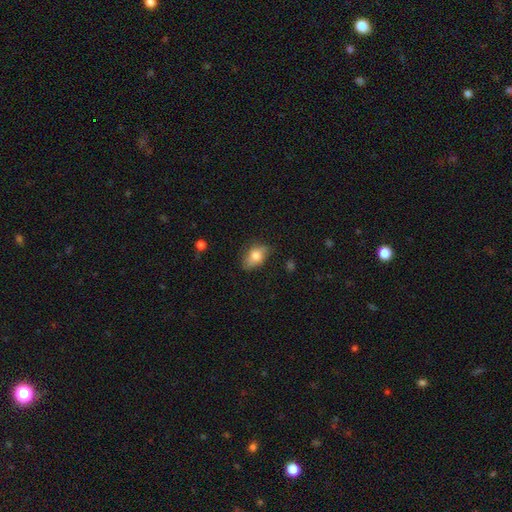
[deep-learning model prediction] Smooth or featured? Predicted: smooth (p=0.76). How rounded? Predicted: in between (p=0.85). Merging? Predicted: none (p=0.64).